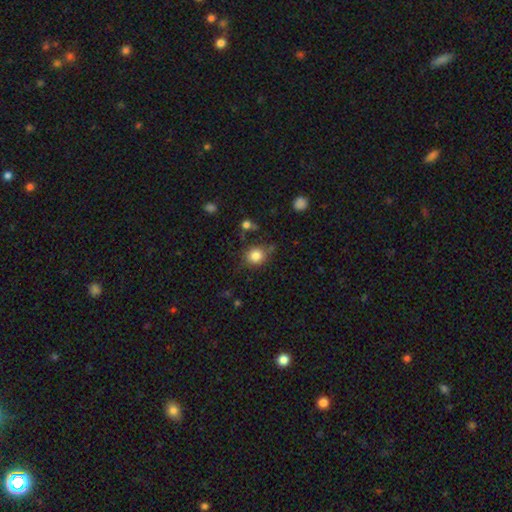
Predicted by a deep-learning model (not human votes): This is clearly a smooth galaxy (83%). How rounded: clearly round (81%). Merging: likely none (73%).